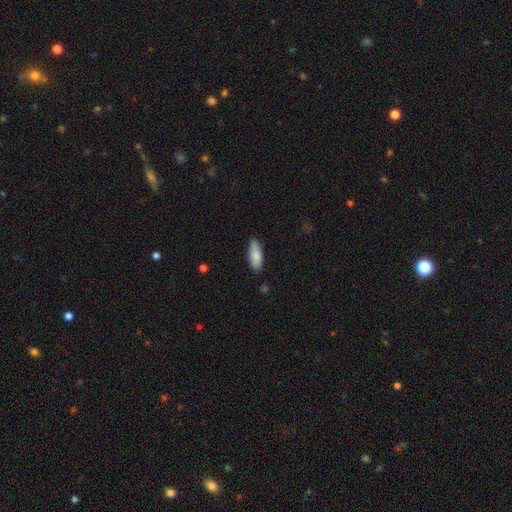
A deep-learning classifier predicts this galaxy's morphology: Overall: smooth (81%). How rounded: in between (68%; cigar-shaped 30%). Merging: none (84%).